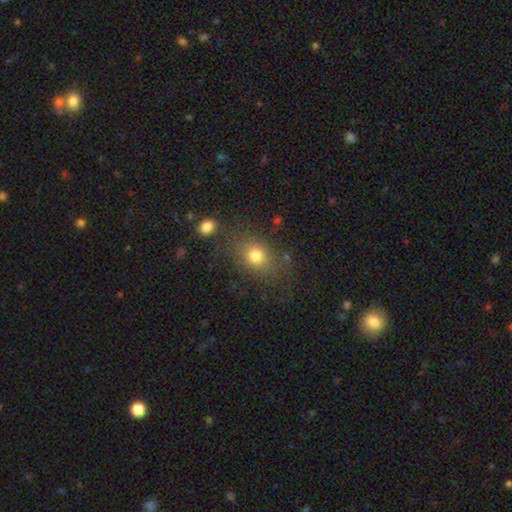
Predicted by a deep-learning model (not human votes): The model was most divided on "how rounded": round: 54%, in between: 44%, cigar-shaped: 2%. More confident: smooth or featured — smooth (77%); merging — none (72%).